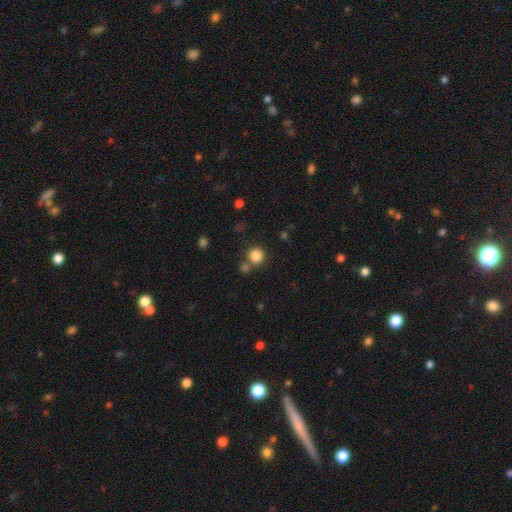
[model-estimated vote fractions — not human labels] smooth-or-featured: smooth: 85% | star or artifact: 11% | featured or disk: 4%
  how-rounded: round: 92% | in between: 7% | cigar-shaped: 1%
  merging: none: 73% | merger: 15% | minor disturbance: 8% | major disturbance: 4%